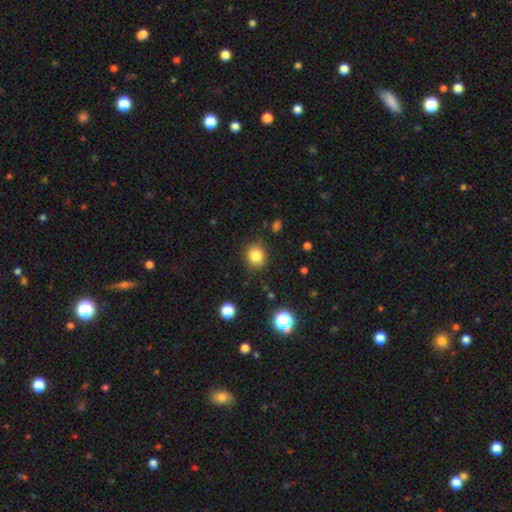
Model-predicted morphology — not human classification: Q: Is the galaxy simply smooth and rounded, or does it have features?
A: smooth — 83%.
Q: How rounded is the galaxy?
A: round — 75%.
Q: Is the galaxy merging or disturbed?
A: none — 86%.